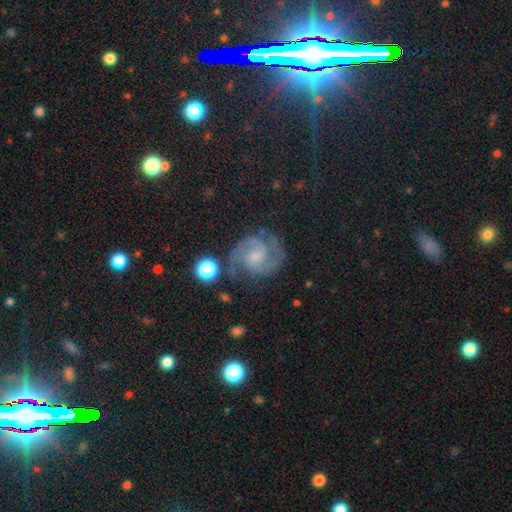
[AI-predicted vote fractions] Smooth or featured? Predicted: featured or disk (p=0.83). Edge-on disk? Predicted: no (p=0.98). Bar? Predicted: weak (p=0.48). Spiral arms? Predicted: yes (p=0.97). Spiral winding? Predicted: medium (p=0.56). Spiral arm count? Predicted: 2 (p=0.87). Bulge size? Predicted: small (p=0.40). Merging? Predicted: none (p=0.71).